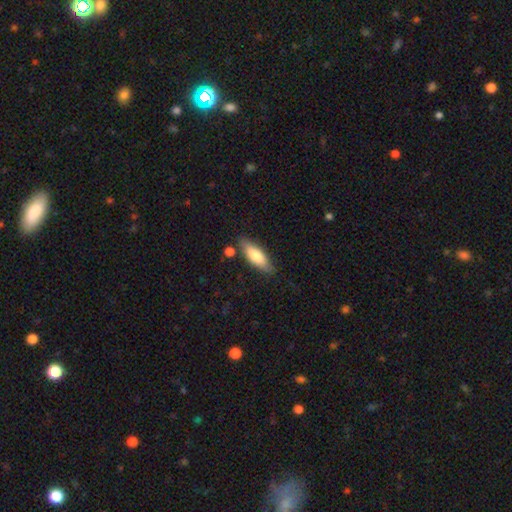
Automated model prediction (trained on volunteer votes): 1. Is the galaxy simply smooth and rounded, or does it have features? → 75% smooth, 19% featured or disk, 6% star or artifact.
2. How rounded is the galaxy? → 60% in between, 39% cigar-shaped, 2% round.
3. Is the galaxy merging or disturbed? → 78% none, 14% minor disturbance, 5% merger, 3% major disturbance.